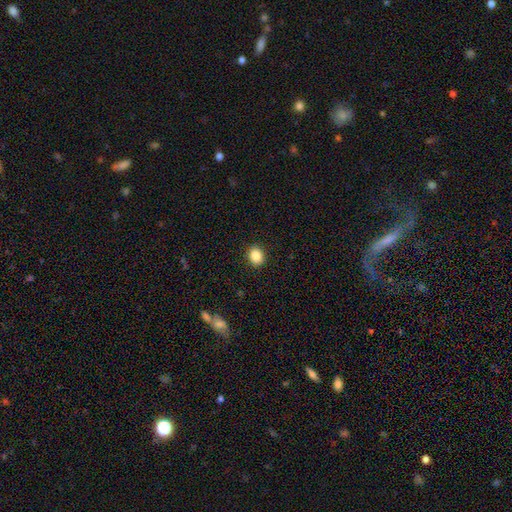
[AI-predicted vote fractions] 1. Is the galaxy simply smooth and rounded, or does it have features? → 87% smooth, 9% star or artifact, 4% featured or disk.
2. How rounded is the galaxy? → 62% round, 38% in between, 1% cigar-shaped.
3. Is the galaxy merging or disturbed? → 91% none, 6% minor disturbance, 2% major disturbance, 1% merger.